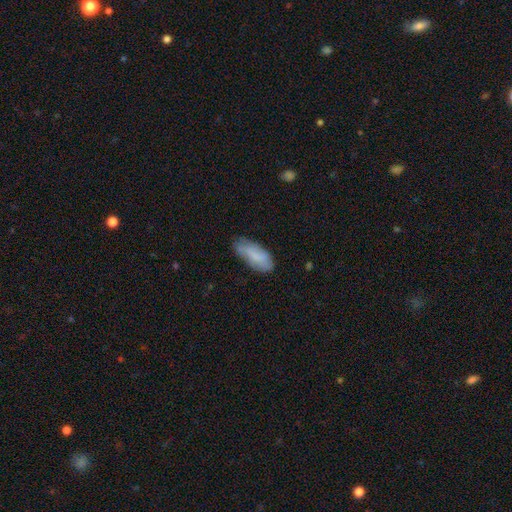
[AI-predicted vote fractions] A smooth galaxy with no disk features (75%) that is in between round and cigar-shaped (82%).

Vote fractions:
- Smooth or featured? smooth: 75% / featured or disk: 18% / star or artifact: 7%
- How rounded? in between: 82% / cigar-shaped: 16% / round: 2%
- Merging? none: 66% / minor disturbance: 27% / major disturbance: 6% / merger: 2%